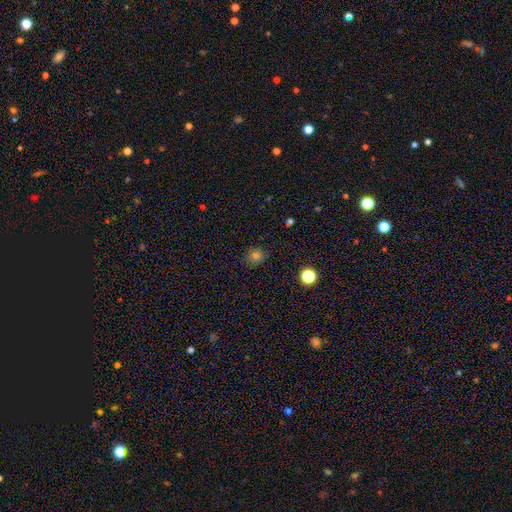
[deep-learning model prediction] Q: Smooth or featured?
A: smooth (76%); runner-up: star or artifact (18%)
Q: How rounded?
A: round (76%); runner-up: in between (23%)
Q: Merging?
A: none (84%); runner-up: minor disturbance (12%)